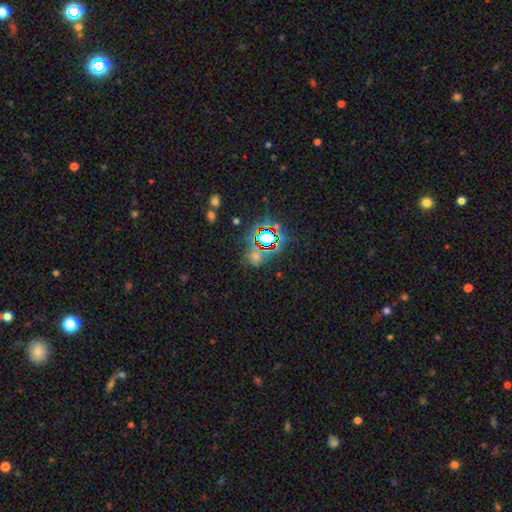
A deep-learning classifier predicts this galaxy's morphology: Q: Smooth or featured?
A: star or artifact (67%); runner-up: smooth (24%)